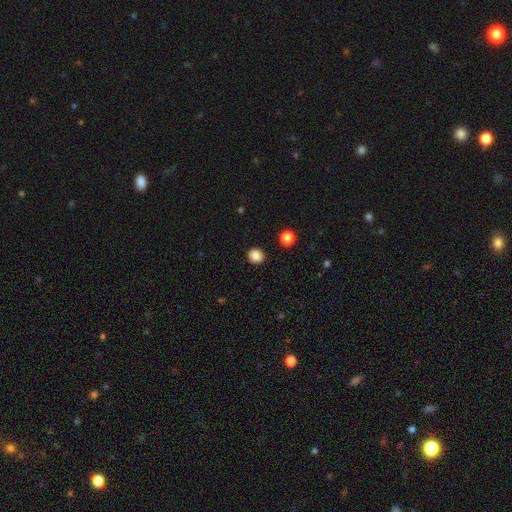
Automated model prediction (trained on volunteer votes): A smooth galaxy with no disk features (87%) that is round (81%). Merging: none (91%).